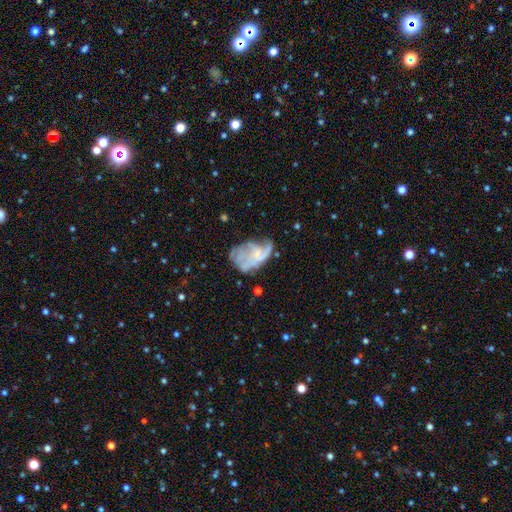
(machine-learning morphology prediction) featured or disk 62%, smooth 27%, star or artifact 11%. Down the decision tree: edge-on disk — no (97%); bar — no (79%); spiral arms — yes (52%); bulge size — none (61%); merging — major disturbance (39%).